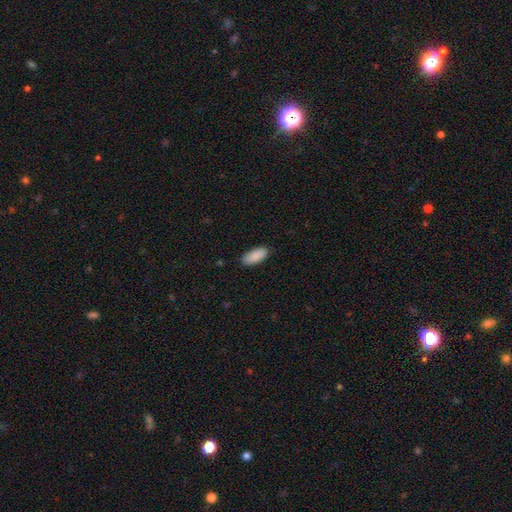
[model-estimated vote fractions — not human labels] This is clearly a smooth galaxy (90%). How rounded: clearly in between (88%). Merging: clearly none (88%).